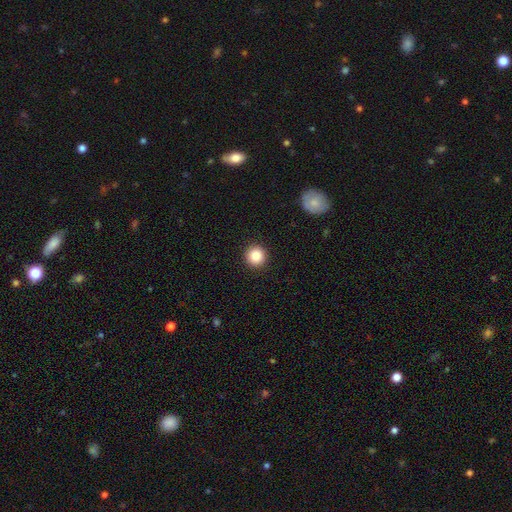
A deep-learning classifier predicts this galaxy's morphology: type=smooth (86%); roundness=round (95%); merging=none (93%).